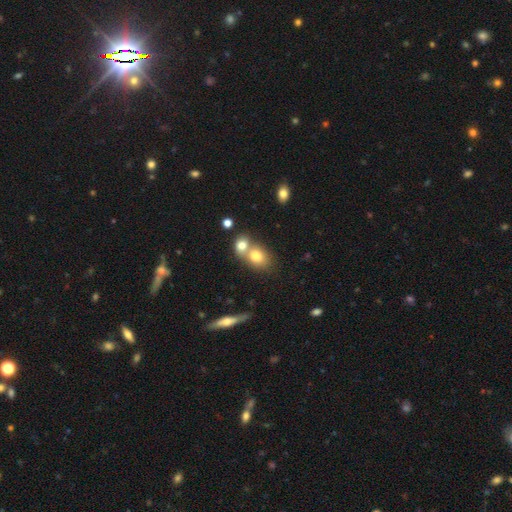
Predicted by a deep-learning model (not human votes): smooth 76%, featured or disk 14%, star or artifact 10%. Down the decision tree: how rounded — round (50%); merging — merger (60%).